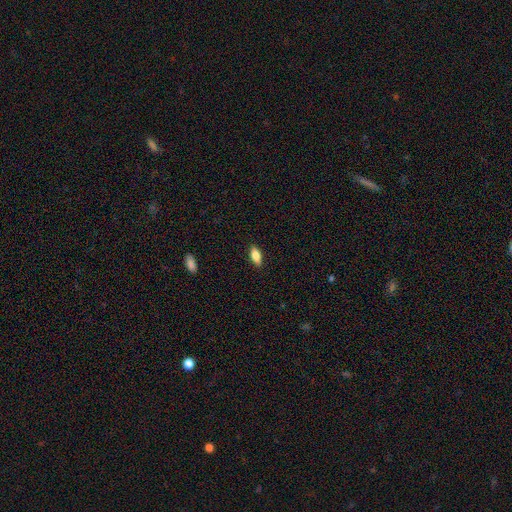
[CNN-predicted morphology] Overall: smooth (78%). How rounded: in between (82%). Merging: none (88%).